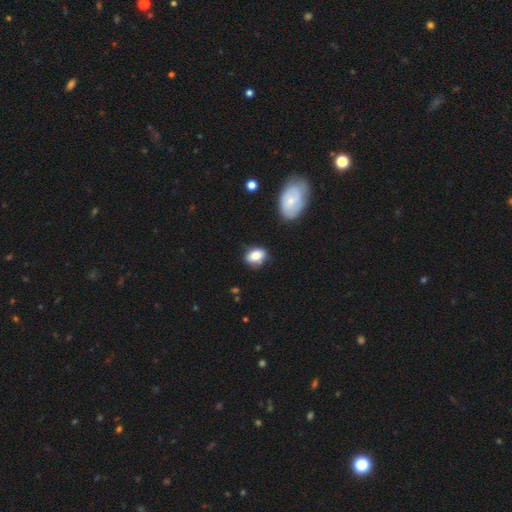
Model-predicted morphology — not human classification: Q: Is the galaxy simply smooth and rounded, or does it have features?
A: smooth — 82%.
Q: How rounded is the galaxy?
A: in between — 72%.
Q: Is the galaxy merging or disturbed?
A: none — 70%.